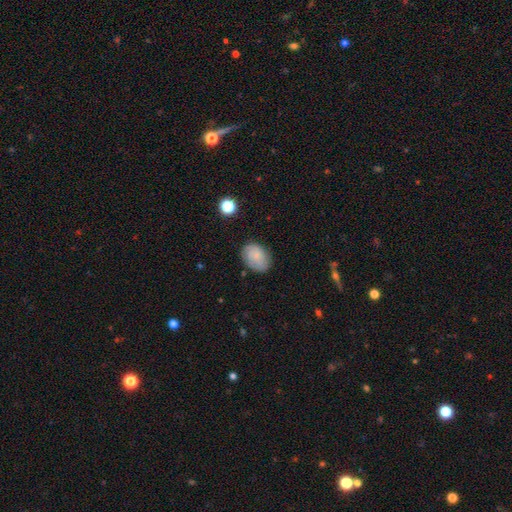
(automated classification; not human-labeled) smooth-or-featured: smooth: 76% | featured or disk: 16% | star or artifact: 9%
  how-rounded: in between: 74% | round: 25% | cigar-shaped: 1%
  merging: none: 76% | minor disturbance: 18% | major disturbance: 4% | merger: 2%